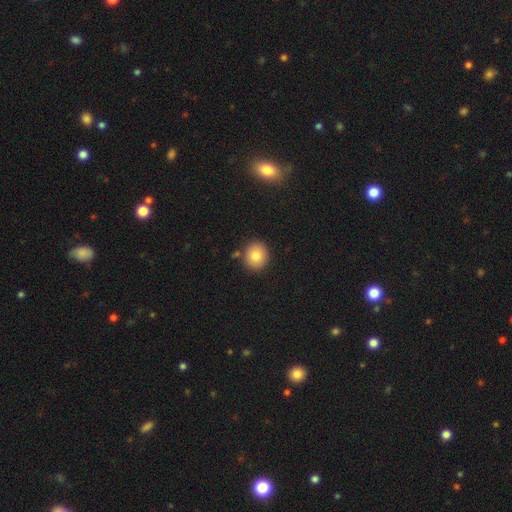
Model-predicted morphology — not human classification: This is clearly a smooth galaxy (81%). How rounded: clearly round (82%). Merging: clearly none (85%).